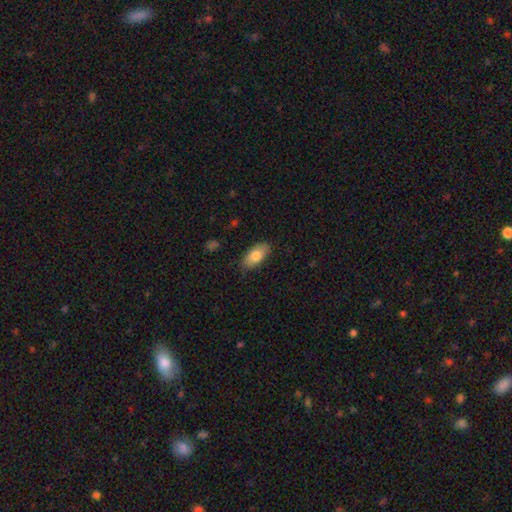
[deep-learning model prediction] Q: Smooth or featured?
A: smooth (79%); runner-up: featured or disk (15%)
Q: How rounded?
A: in between (89%); runner-up: cigar-shaped (8%)
Q: Merging?
A: none (83%); runner-up: minor disturbance (14%)